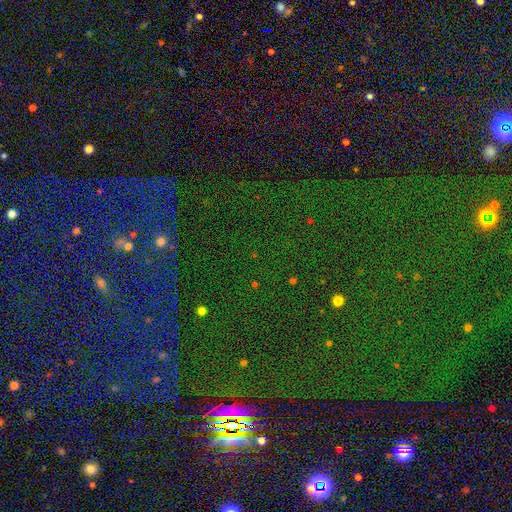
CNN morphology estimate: A star or artifact, not a galaxy (83%).